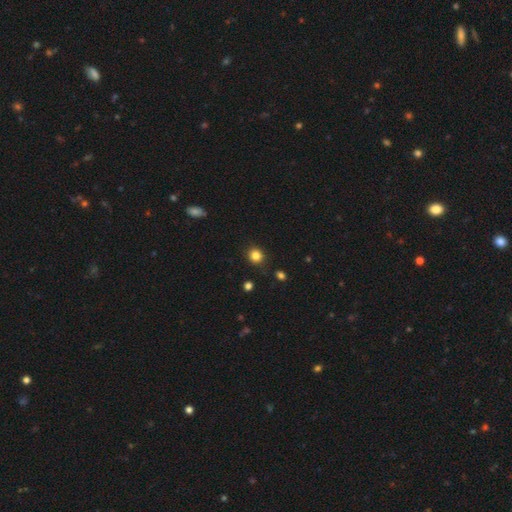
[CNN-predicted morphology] A smooth galaxy with no disk features (83%) that is round (83%). Merging: none (86%).